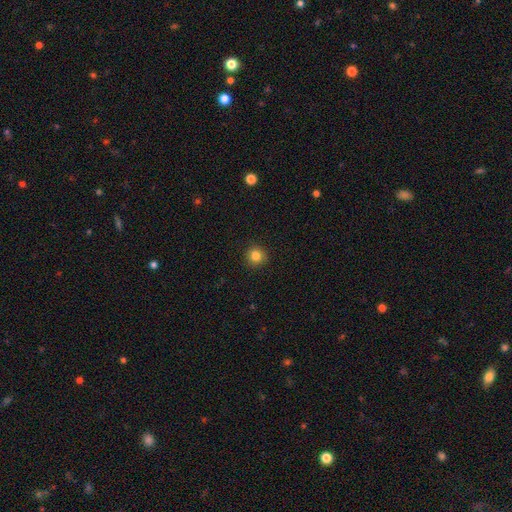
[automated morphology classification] Overall: smooth (83%). How rounded: round (94%). Merging: none (92%).